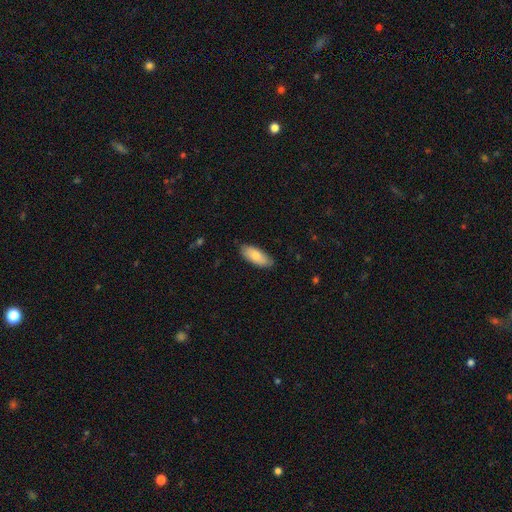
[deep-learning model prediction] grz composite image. It shows a smooth galaxy with no disk features (81%) that is in between round and cigar-shaped (82%). Merging: none (82%).